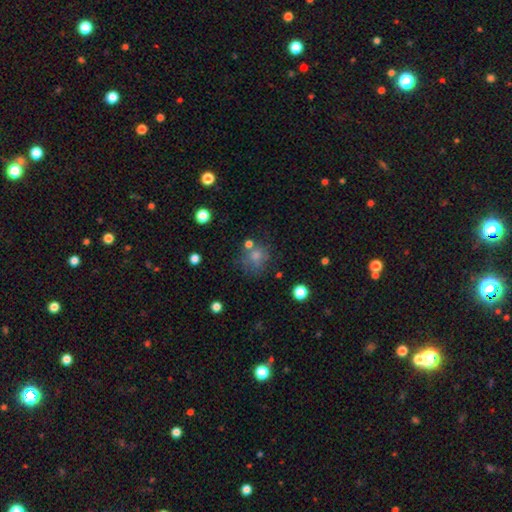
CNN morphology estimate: This appears to be a smooth galaxy with no disk features (60%) that is round (83%). Merging: none (65%).